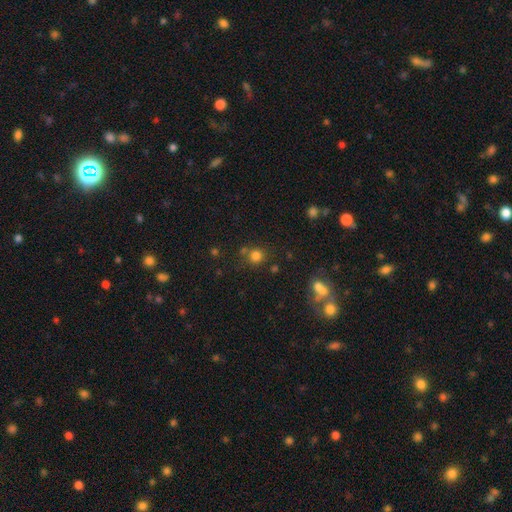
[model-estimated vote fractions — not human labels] smooth-or-featured: smooth: 78% | star or artifact: 16% | featured or disk: 6%
  how-rounded: round: 88% | in between: 11% | cigar-shaped: 1%
  merging: none: 69% | merger: 16% | minor disturbance: 10% | major disturbance: 4%